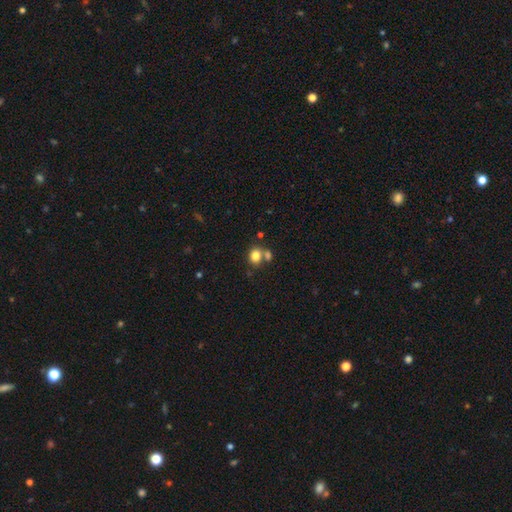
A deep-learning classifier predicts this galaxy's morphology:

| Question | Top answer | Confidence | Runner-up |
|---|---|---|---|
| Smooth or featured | smooth | 81% | star or artifact (11%) |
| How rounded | round | 54% | in between (45%) |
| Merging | none | 54% | merger (32%) |